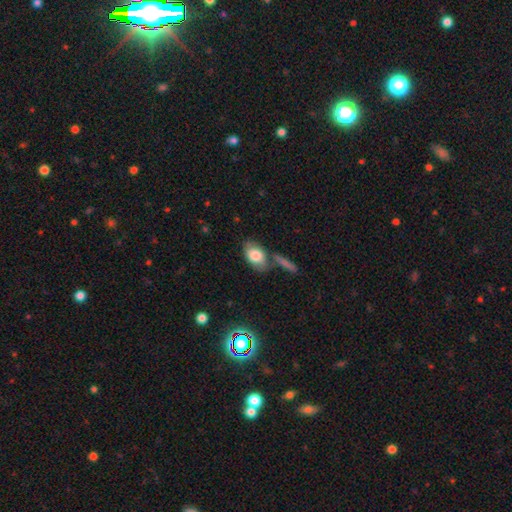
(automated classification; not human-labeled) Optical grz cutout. It shows a smooth galaxy with no disk features (75%) that is in between round and cigar-shaped (88%). Merging: none (56%).